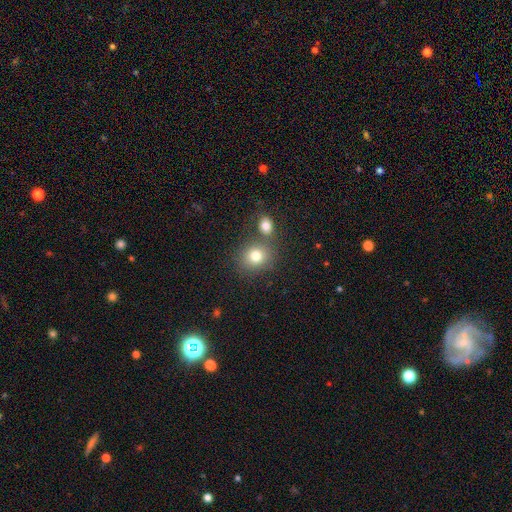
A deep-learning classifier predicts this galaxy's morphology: smooth 78%, star or artifact 13%, featured or disk 9%. Down the decision tree: how rounded — round (75%); merging — none (64%).